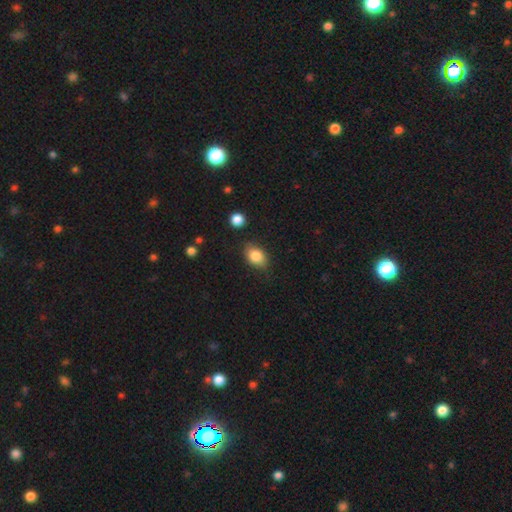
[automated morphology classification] smooth_or_featured: smooth (p=0.84) [alt: star or artifact p=0.08]
how_rounded: in between (p=0.79) [alt: round p=0.20]
merging: none (p=0.79) [alt: minor disturbance p=0.15]